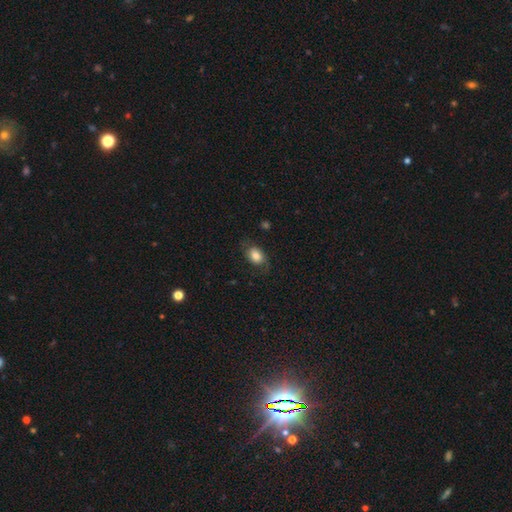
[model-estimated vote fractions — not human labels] Smooth or featured? smooth (72%)
How rounded? in between (78%)
Merging? none (65%)